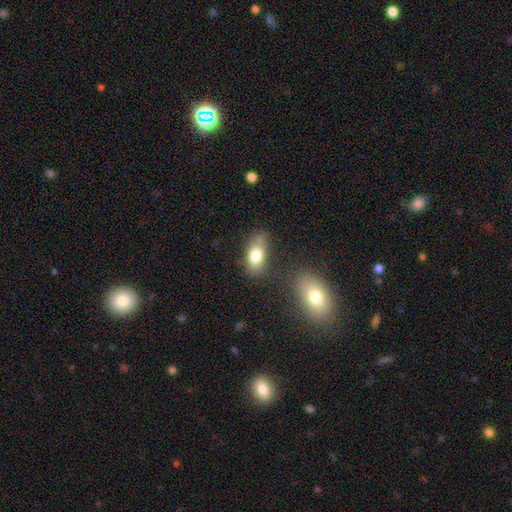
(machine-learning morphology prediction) The model was most divided on "merging": none: 53%, minor disturbance: 26%, merger: 11%, major disturbance: 10%. More confident: how rounded — in between (86%); smooth or featured — smooth (77%).